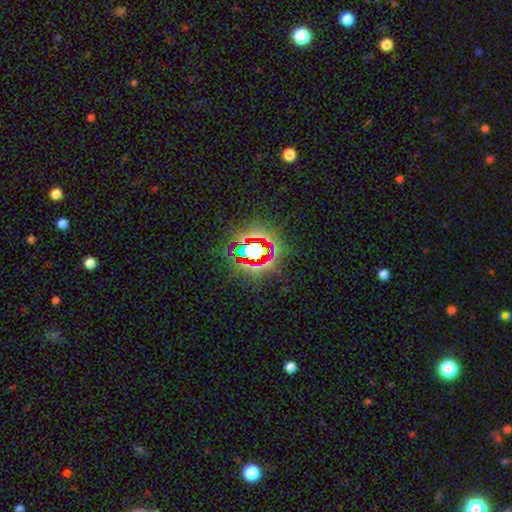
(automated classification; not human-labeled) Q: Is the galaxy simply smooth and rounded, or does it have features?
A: star or artifact — 78%.